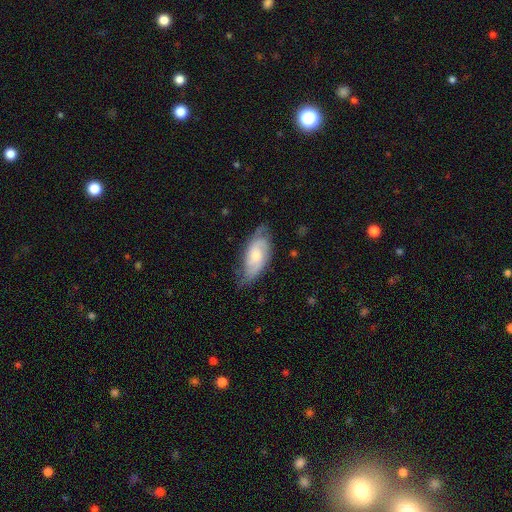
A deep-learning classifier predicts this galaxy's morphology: smooth-or-featured: featured or disk: 62% | smooth: 32% | star or artifact: 6%
  disk-edge-on: no: 92% | yes: 8%
    bar: no: 67% | weak: 29% | strong: 5%
    has-spiral-arms: yes: 91% | no: 9%
      spiral-winding: medium: 44% | tight: 38% | loose: 18%
      spiral-arm-count: 2: 61% | can't tell: 22% | 3: 9% | 1: 4% | 4: 2% | more than 4: 2%
    bulge-size: moderate: 47% | small: 37% | large: 9% | none: 6% | dominant: 1%
  merging: none: 63% | minor disturbance: 27% | major disturbance: 8% | merger: 1%